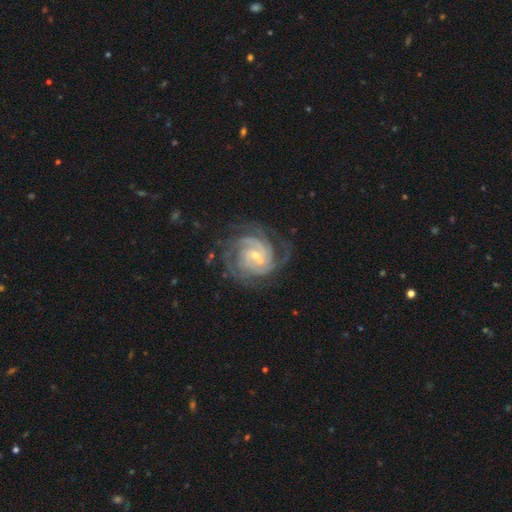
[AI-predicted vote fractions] Smooth or featured: featured or disk — 90% (star or artifact — 5%)
Edge-on disk: no — 98% (yes — 2%)
Bar: no — 49% (weak — 39%)
Spiral arms: yes — 98% (no — 2%)
Spiral winding: tight — 70% (medium — 26%)
Spiral arm count: 3 — 31% (4 — 21%)
Bulge size: small — 69% (moderate — 26%)
Merging: none — 69% (minor disturbance — 17%)